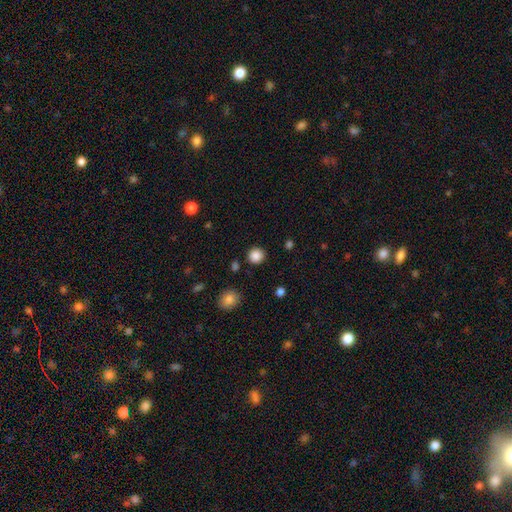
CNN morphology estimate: A smooth galaxy with no disk features (87%) that is round (91%). Merging: none (89%).